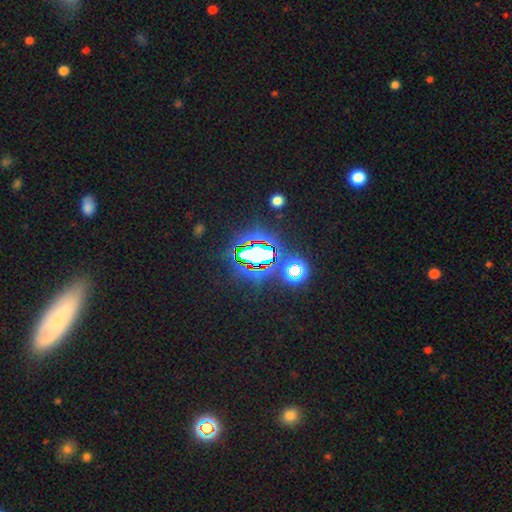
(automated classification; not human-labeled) smooth_or_featured: star or artifact (p=0.72) [alt: smooth p=0.18]